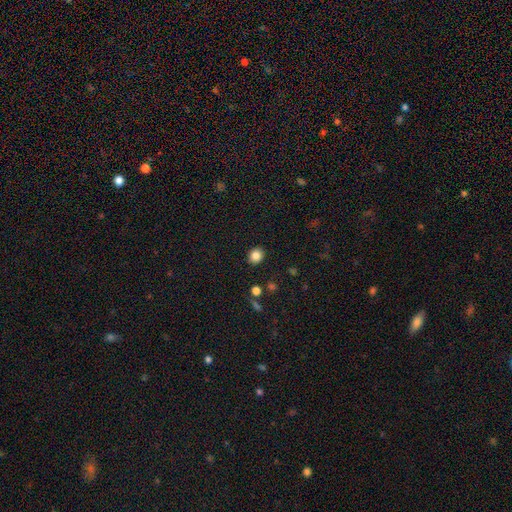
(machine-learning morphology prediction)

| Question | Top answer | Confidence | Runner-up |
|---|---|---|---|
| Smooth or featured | smooth | 84% | star or artifact (11%) |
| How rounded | round | 73% | in between (27%) |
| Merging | none | 90% | minor disturbance (7%) |